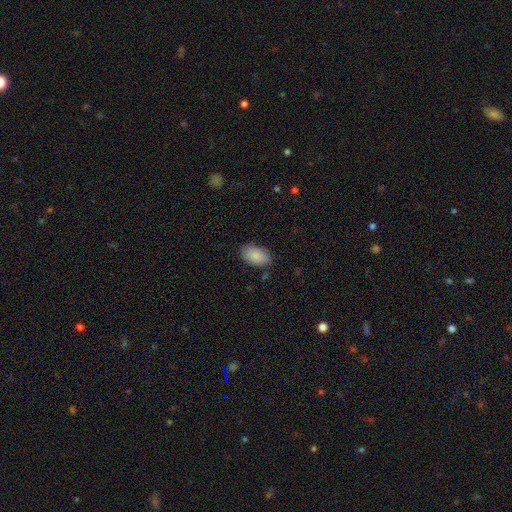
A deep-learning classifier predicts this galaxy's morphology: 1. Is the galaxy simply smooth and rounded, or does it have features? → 88% smooth, 6% star or artifact, 5% featured or disk.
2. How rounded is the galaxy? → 94% in between, 5% round, 2% cigar-shaped.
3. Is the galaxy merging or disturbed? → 82% none, 13% minor disturbance, 3% major disturbance, 2% merger.